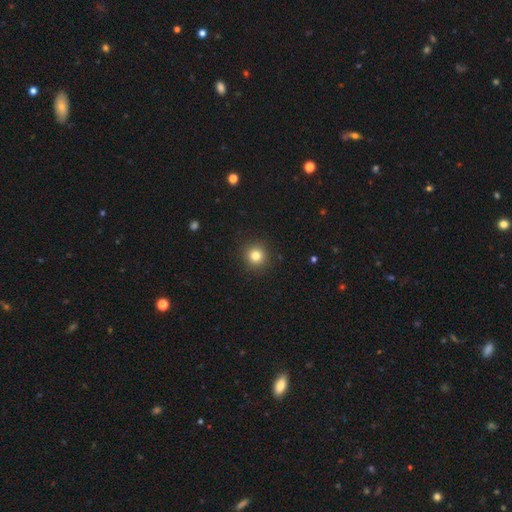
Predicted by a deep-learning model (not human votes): This appears to be a smooth galaxy with no disk features (81%) that is round (94%). Merging: none (92%).